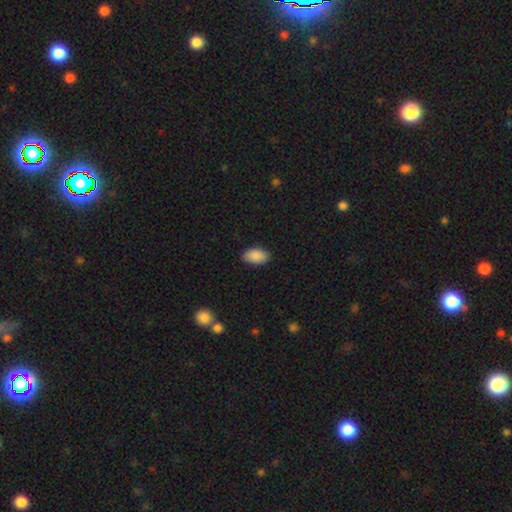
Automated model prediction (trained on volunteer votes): smooth-or-featured: smooth: 90% | star or artifact: 7% | featured or disk: 4%
  how-rounded: in between: 94% | round: 4% | cigar-shaped: 2%
  merging: none: 86% | minor disturbance: 10% | major disturbance: 2% | merger: 1%